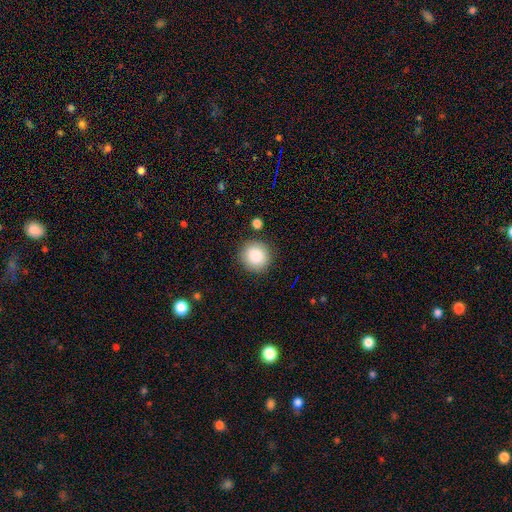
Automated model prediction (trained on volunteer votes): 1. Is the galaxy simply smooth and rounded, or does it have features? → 86% smooth, 9% star or artifact, 5% featured or disk.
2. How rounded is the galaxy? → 92% round, 7% in between, 1% cigar-shaped.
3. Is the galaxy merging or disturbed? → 88% none, 7% minor disturbance, 2% merger, 2% major disturbance.